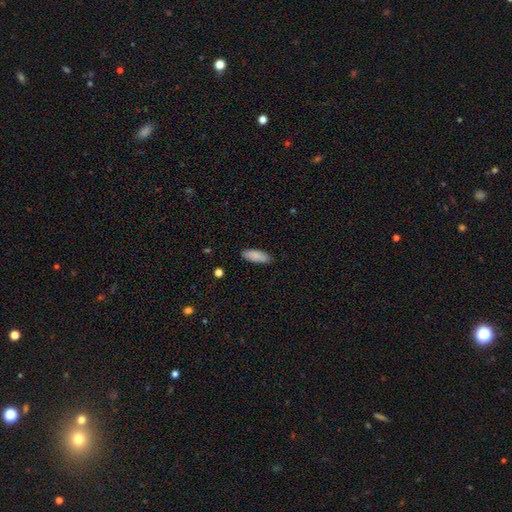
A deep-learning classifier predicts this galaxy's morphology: Smooth or featured? smooth (88%)
How rounded? in between (73%)
Merging? none (86%)